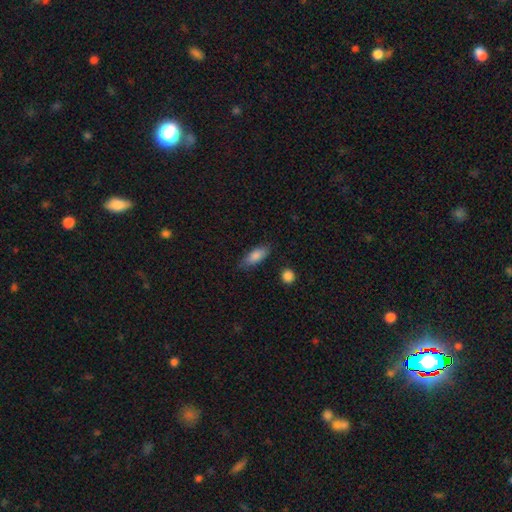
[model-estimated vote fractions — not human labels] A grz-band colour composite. It shows a smooth galaxy with no disk features (84%) that is in between round and cigar-shaped (74%). Merging: none (80%).